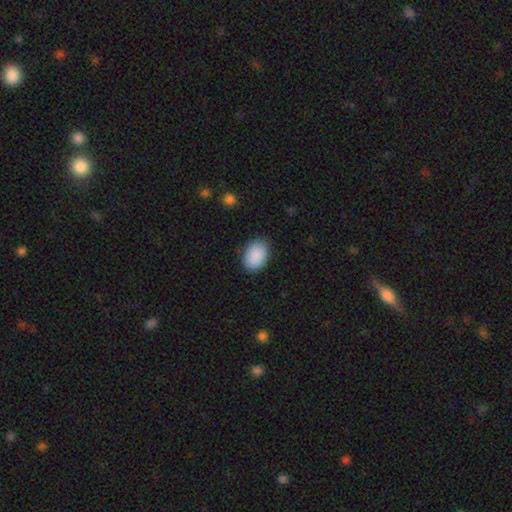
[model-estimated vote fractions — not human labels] Morphology: type=smooth (90%); roundness=in between (82%); merging=none (85%).